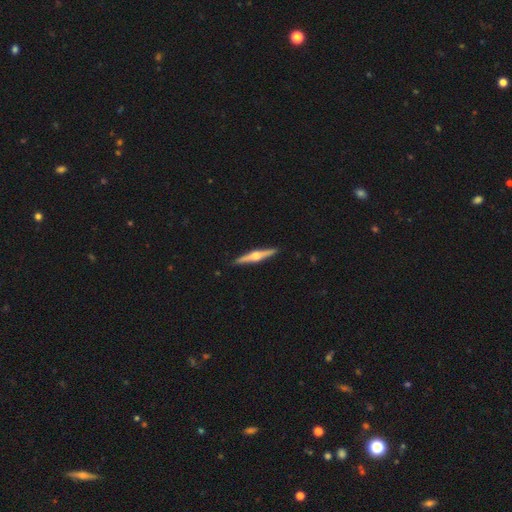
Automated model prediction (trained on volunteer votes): This appears to be a featured or disk galaxy (76%) viewed edge-on (98%) with a rounded central bulge (93%). Merging: none (92%).